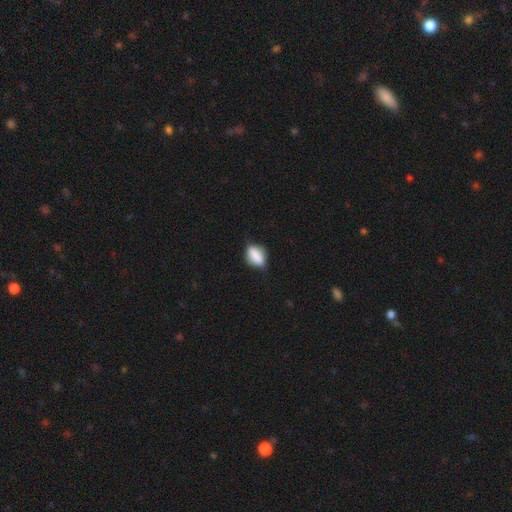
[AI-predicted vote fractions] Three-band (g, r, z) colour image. It shows a smooth galaxy with no disk features (76%) that is in between round and cigar-shaped (77%). Merging: none (68%).